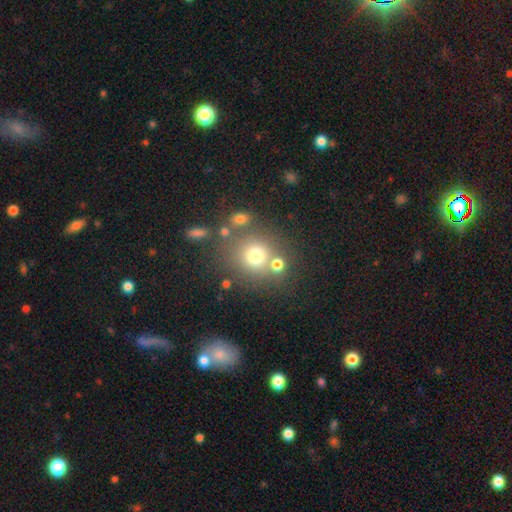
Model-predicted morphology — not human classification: Smooth or featured?
  - smooth: 71% *
  - star or artifact: 17%
  - featured or disk: 13%
How rounded?
  - round: 86% *
  - in between: 13%
  - cigar-shaped: 1%
Merging?
  - none: 63% *
  - merger: 20%
  - minor disturbance: 11%
  - major disturbance: 6%